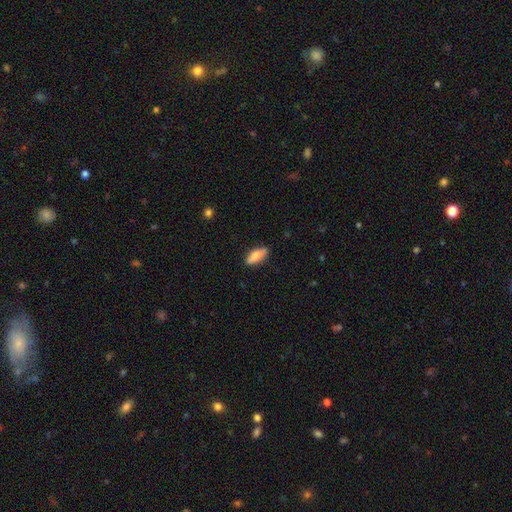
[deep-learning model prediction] Smooth or featured? Predicted: smooth (p=0.76). How rounded? Predicted: in between (p=0.73). Merging? Predicted: none (p=0.84).